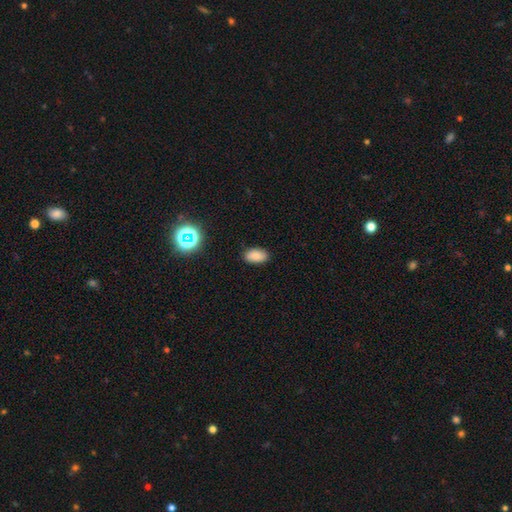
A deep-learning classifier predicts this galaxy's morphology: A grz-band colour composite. It shows a smooth galaxy with no disk features (84%) that is in between round and cigar-shaped (93%). Merging: none (87%).